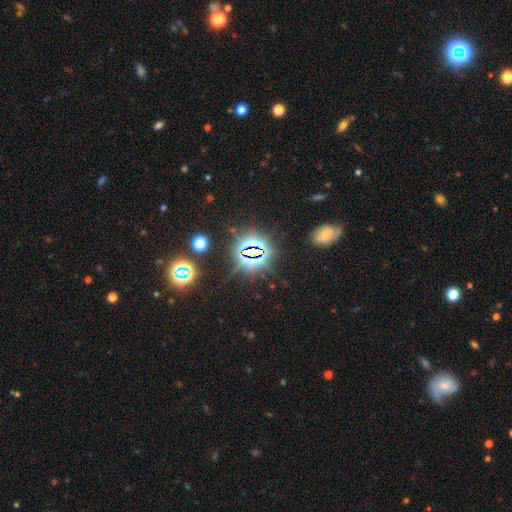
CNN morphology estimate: Overall: star or artifact (81%).